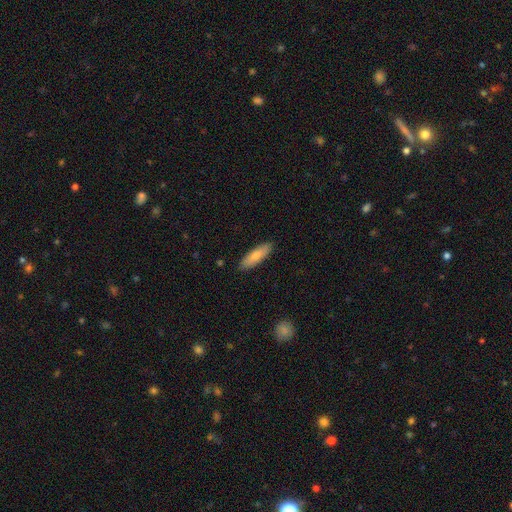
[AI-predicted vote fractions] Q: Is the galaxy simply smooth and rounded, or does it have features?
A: smooth — 76%.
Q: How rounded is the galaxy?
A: cigar-shaped — 57%.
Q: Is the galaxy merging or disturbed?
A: none — 89%.